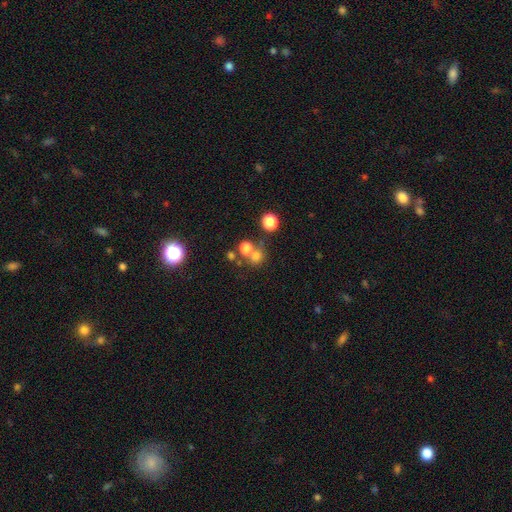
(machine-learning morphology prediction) Q: Smooth or featured?
A: smooth (70%); runner-up: star or artifact (21%)
Q: How rounded?
A: round (78%); runner-up: in between (21%)
Q: Merging?
A: none (53%); runner-up: merger (33%)